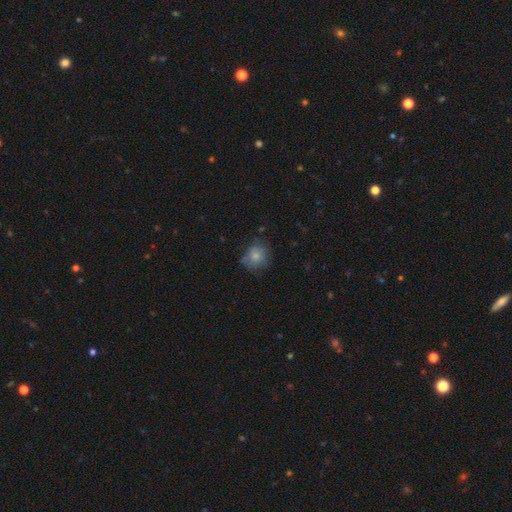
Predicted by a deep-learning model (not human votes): Q: Smooth or featured?
A: smooth (77%); runner-up: featured or disk (13%)
Q: How rounded?
A: round (81%); runner-up: in between (18%)
Q: Merging?
A: none (66%); runner-up: minor disturbance (25%)